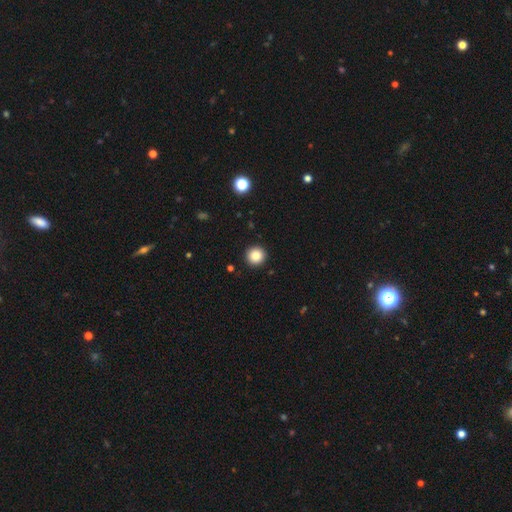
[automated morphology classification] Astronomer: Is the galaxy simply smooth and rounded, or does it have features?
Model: smooth — 86%.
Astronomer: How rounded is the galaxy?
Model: round — 96%.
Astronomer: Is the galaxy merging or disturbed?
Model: none — 93%.